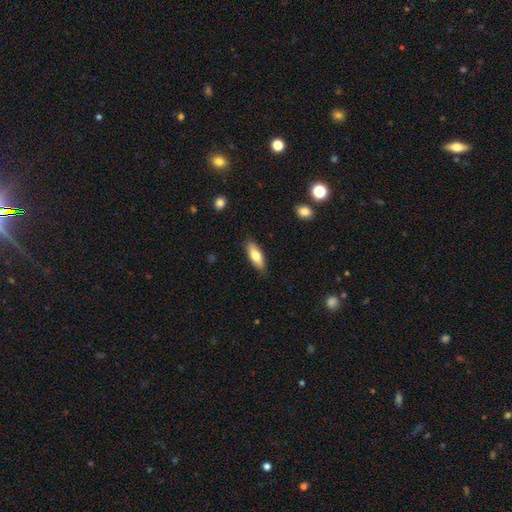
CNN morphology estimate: This is likely a smooth galaxy (75%). How rounded: likely in between (67%). Merging: clearly none (85%).